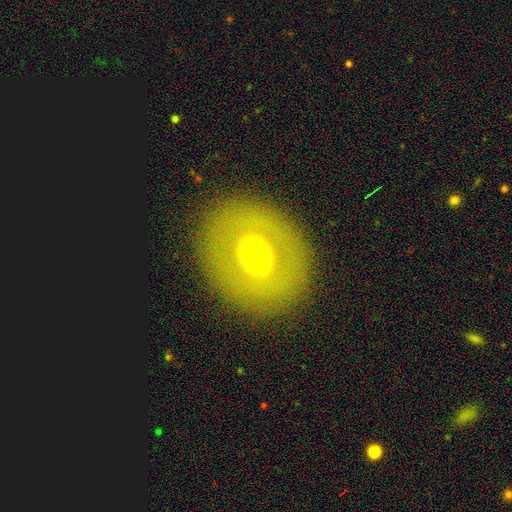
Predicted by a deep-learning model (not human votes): smooth_or_featured: smooth (p=0.49) [alt: featured or disk p=0.43]
merging: none (p=0.85) [alt: minor disturbance p=0.08]